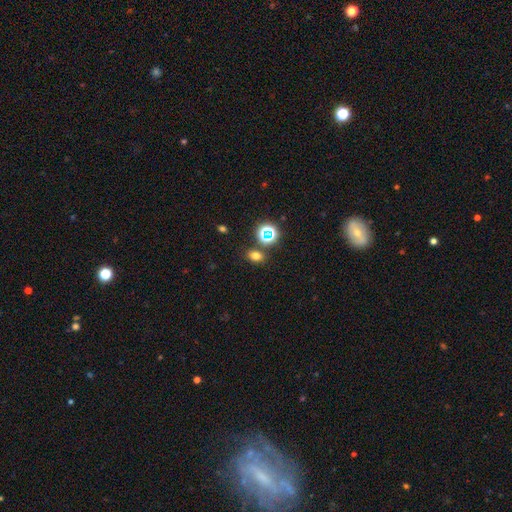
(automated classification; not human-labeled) Q: Smooth or featured?
A: smooth (69%); runner-up: star or artifact (24%)
Q: How rounded?
A: in between (62%); runner-up: round (37%)
Q: Merging?
A: none (81%); runner-up: minor disturbance (9%)